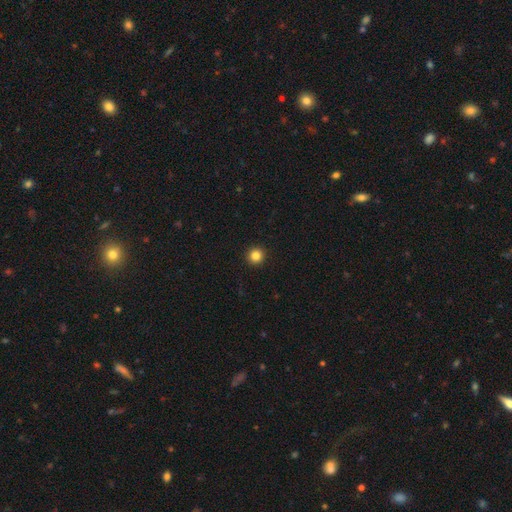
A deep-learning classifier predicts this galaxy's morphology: This appears to be a smooth galaxy with no disk features (84%) that is round (96%). Merging: none (94%).